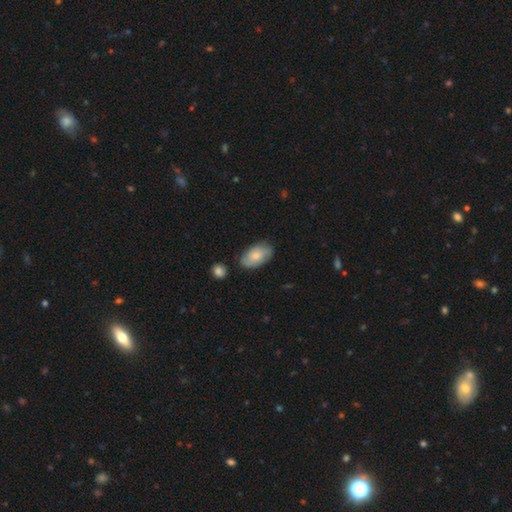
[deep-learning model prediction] Smooth or featured?
  - smooth: 70% *
  - featured or disk: 24%
  - star or artifact: 6%
How rounded?
  - in between: 93% *
  - round: 5%
  - cigar-shaped: 2%
Merging?
  - none: 71% *
  - minor disturbance: 21%
  - major disturbance: 4%
  - merger: 4%